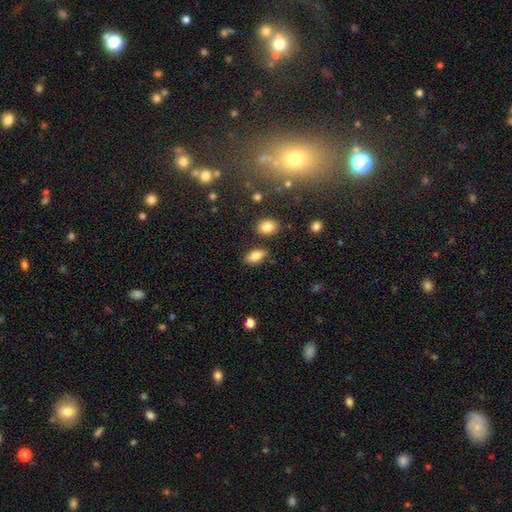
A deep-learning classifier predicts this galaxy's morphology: Overall: smooth (82%). How rounded: in between (89%). Merging: none (80%).